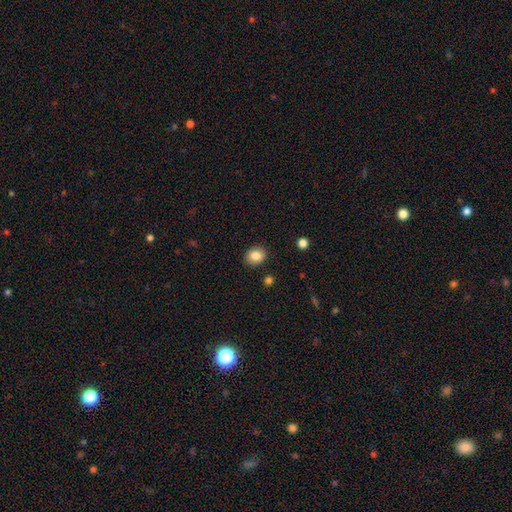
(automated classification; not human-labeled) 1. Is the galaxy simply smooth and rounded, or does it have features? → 85% smooth, 9% star or artifact, 6% featured or disk.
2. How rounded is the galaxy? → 62% round, 37% in between, 1% cigar-shaped.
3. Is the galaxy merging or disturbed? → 88% none, 8% minor disturbance, 2% major disturbance, 1% merger.